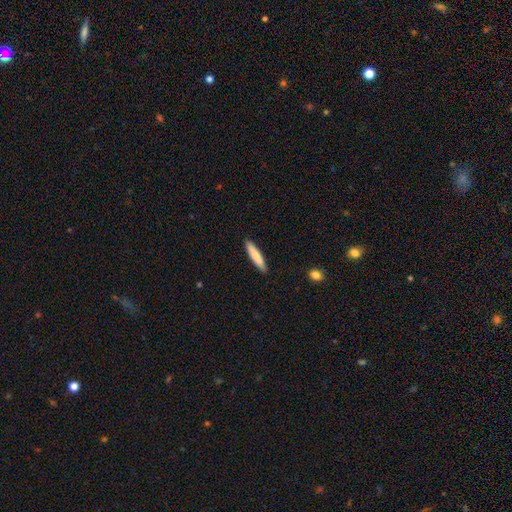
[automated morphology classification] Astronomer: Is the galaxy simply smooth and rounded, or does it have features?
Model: smooth — 78%.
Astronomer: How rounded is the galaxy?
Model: cigar-shaped — 87%.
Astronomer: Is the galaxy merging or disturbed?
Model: none — 90%.